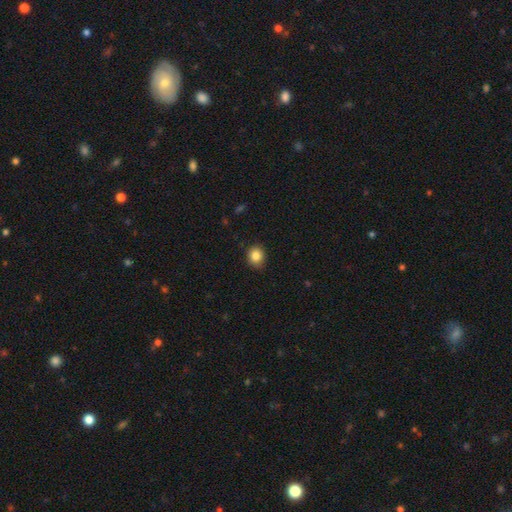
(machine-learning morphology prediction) This is clearly a smooth galaxy (85%). How rounded: likely round (71%). Merging: clearly none (86%).